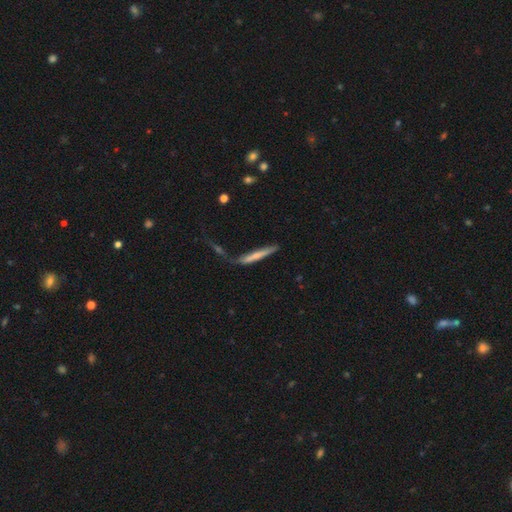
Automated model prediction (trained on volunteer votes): smooth_or_featured: smooth (p=0.57) [alt: featured or disk p=0.37]
how_rounded: cigar-shaped (p=0.93) [alt: in between p=0.05]
merging: none (p=0.50) [alt: minor disturbance p=0.20]